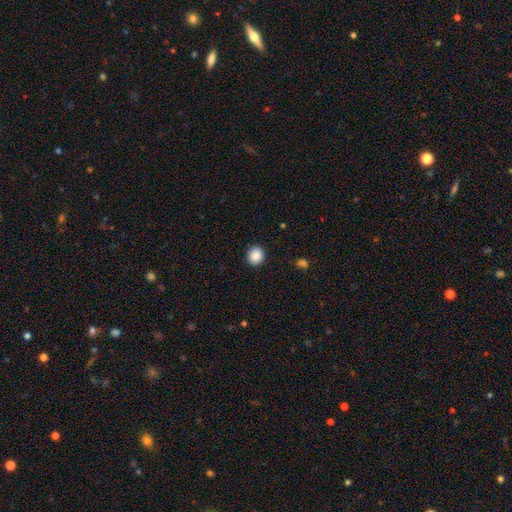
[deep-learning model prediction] Smooth or featured?
  - smooth: 88% *
  - star or artifact: 8%
  - featured or disk: 3%
How rounded?
  - round: 79% *
  - in between: 20%
  - cigar-shaped: 1%
Merging?
  - none: 91% *
  - minor disturbance: 6%
  - major disturbance: 2%
  - merger: 1%